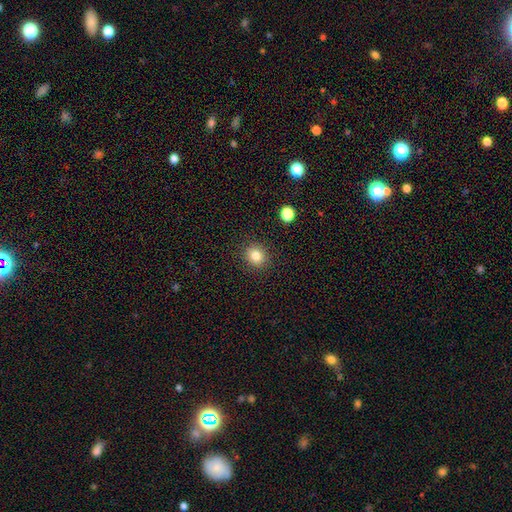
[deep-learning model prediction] Q: Smooth or featured?
A: smooth (83%); runner-up: star or artifact (11%)
Q: How rounded?
A: round (83%); runner-up: in between (16%)
Q: Merging?
A: none (89%); runner-up: minor disturbance (7%)